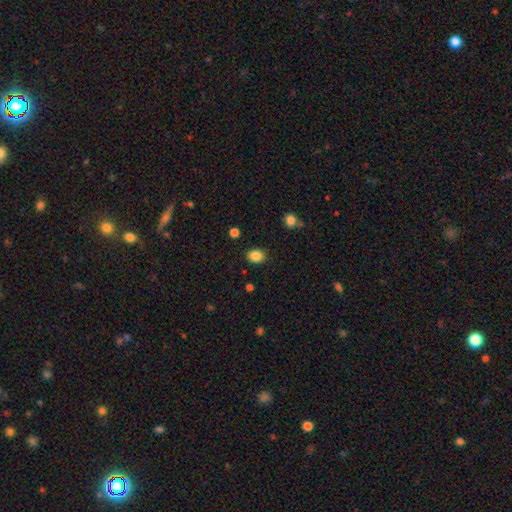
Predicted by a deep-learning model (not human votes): A smooth galaxy with no disk features (86%) that is round (52%). Merging: none (87%).